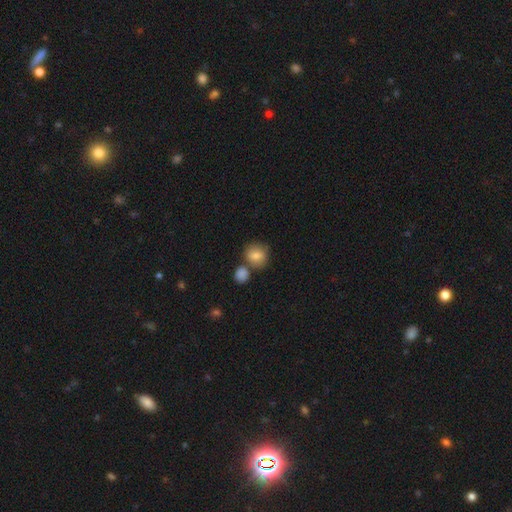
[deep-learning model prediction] A smooth galaxy with no disk features (83%) that is round (76%).

Vote fractions:
- Smooth or featured? smooth: 83% / star or artifact: 8% / featured or disk: 8%
- How rounded? round: 76% / in between: 23% / cigar-shaped: 1%
- Merging? none: 58% / merger: 27% / minor disturbance: 12% / major disturbance: 4%